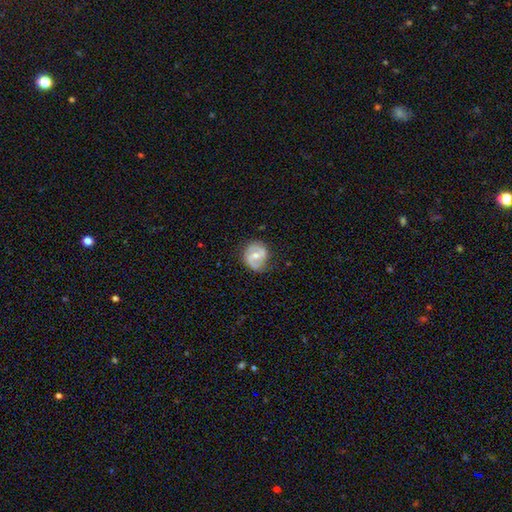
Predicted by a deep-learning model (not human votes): Smooth or featured: featured or disk — 68% (smooth — 26%)
Edge-on disk: no — 98% (yes — 2%)
Bar: weak — 49% (no — 32%)
Spiral arms: yes — 87% (no — 13%)
Spiral winding: medium — 47% (loose — 27%)
Spiral arm count: 2 — 81% (can't tell — 8%)
Bulge size: moderate — 56% (small — 40%)
Merging: none — 70% (minor disturbance — 22%)